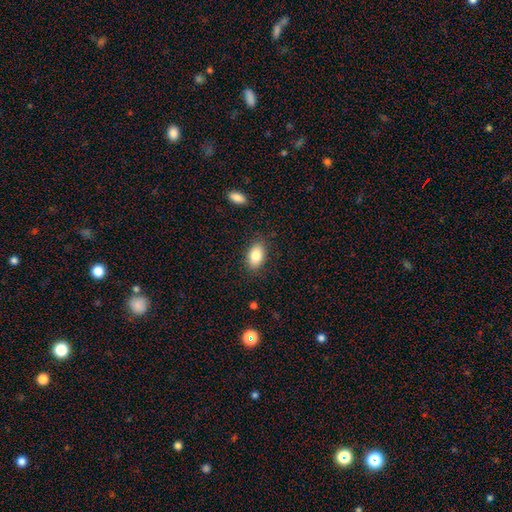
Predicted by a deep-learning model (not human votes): This is clearly a smooth galaxy (83%). How rounded: clearly in between (91%). Merging: clearly none (85%).